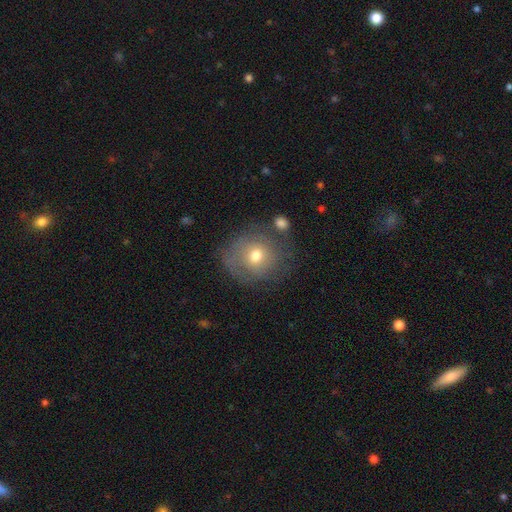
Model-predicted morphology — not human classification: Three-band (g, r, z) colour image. It shows a smooth galaxy with no disk features (63%) that is round (82%). Merging: none (65%).